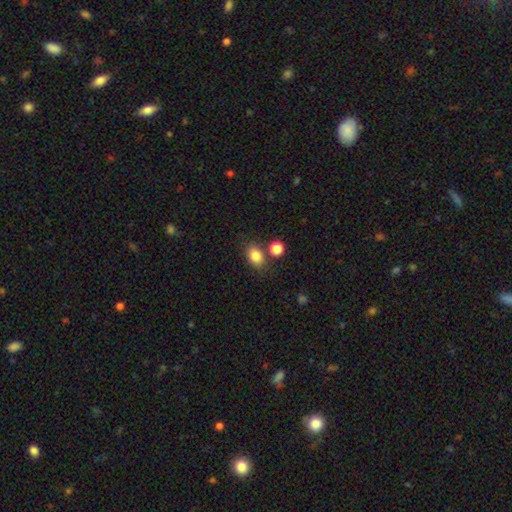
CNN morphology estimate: smooth-or-featured: smooth: 83% | star or artifact: 10% | featured or disk: 6%
  how-rounded: in between: 63% | round: 35% | cigar-shaped: 1%
  merging: none: 70% | merger: 14% | minor disturbance: 12% | major disturbance: 4%